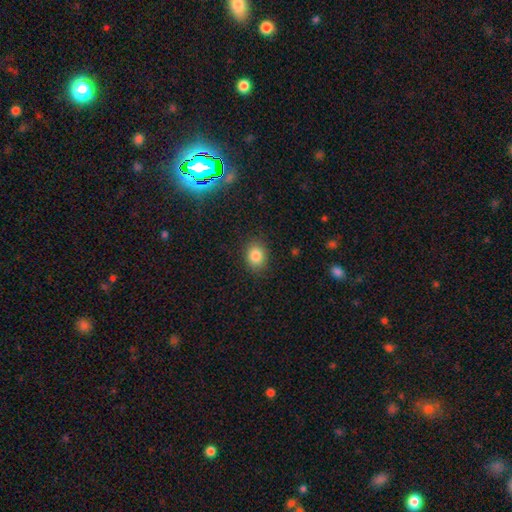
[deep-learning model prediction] smooth_or_featured: smooth (p=0.84) [alt: star or artifact p=0.10]
how_rounded: round (p=0.54) [alt: in between p=0.45]
merging: none (p=0.86) [alt: minor disturbance p=0.10]